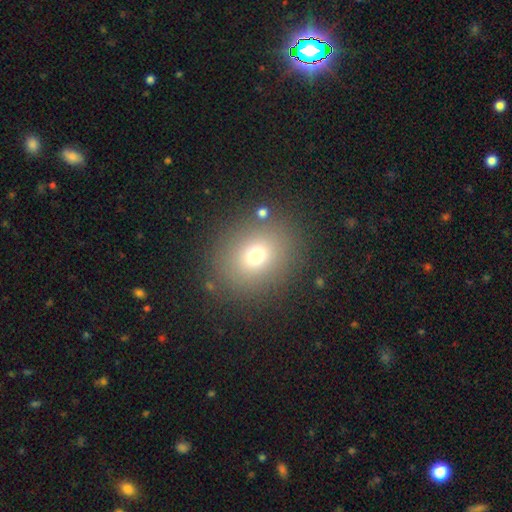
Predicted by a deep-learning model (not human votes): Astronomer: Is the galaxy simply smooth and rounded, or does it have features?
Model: smooth — 71%.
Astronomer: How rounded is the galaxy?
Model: round — 69%.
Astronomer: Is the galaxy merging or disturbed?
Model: none — 85%.